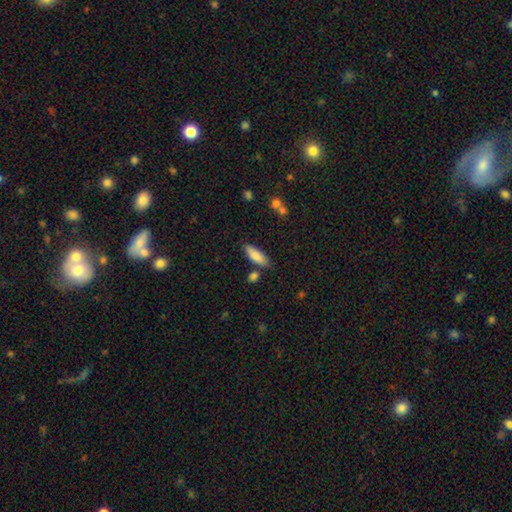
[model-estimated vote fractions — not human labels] Smooth or featured? smooth (84%)
How rounded? in between (65%)
Merging? none (77%)